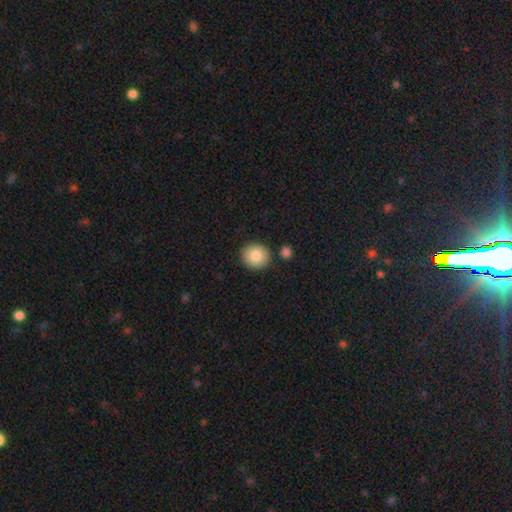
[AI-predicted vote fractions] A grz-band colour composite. It shows a smooth galaxy with no disk features (84%) that is round (91%). Merging: none (86%).